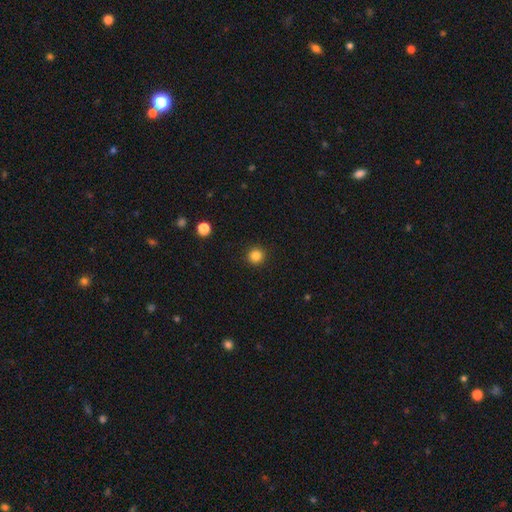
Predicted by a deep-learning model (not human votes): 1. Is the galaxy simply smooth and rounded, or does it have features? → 84% smooth, 12% star or artifact, 4% featured or disk.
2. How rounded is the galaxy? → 95% round, 4% in between, 1% cigar-shaped.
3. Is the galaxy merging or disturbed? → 93% none, 4% minor disturbance, 2% major disturbance, 1% merger.